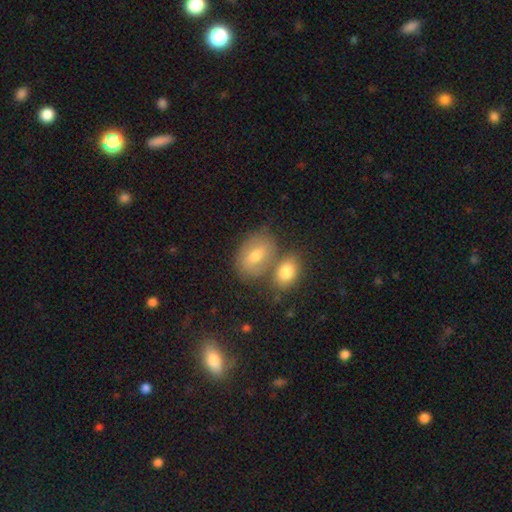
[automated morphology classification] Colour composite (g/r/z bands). It shows a smooth galaxy with no disk features (50%). Merging: none (57%).